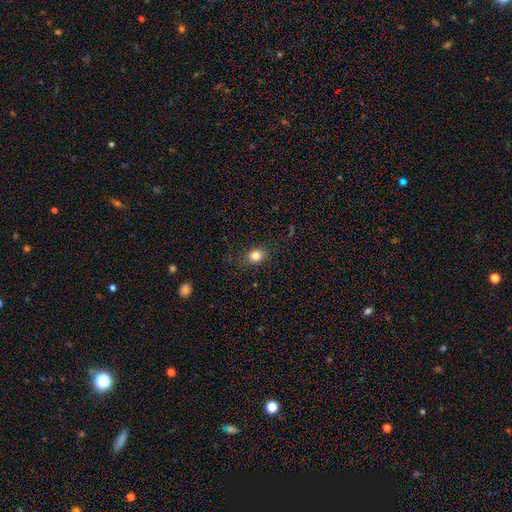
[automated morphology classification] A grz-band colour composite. It shows a smooth galaxy with no disk features (81%) that is round (58%). Merging: none (83%).